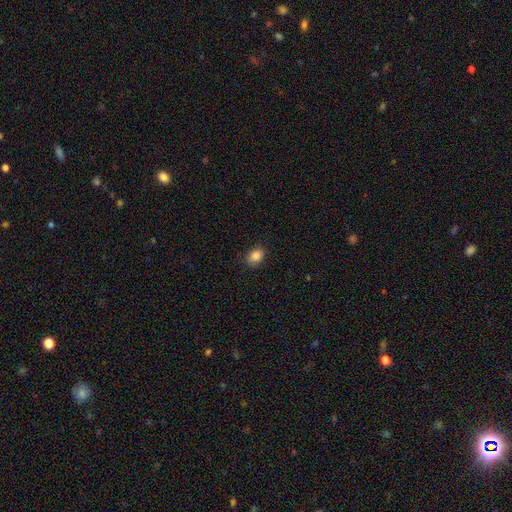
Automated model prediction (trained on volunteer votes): Smooth or featured? Predicted: smooth (p=0.86). How rounded? Predicted: in between (p=0.63). Merging? Predicted: none (p=0.85).